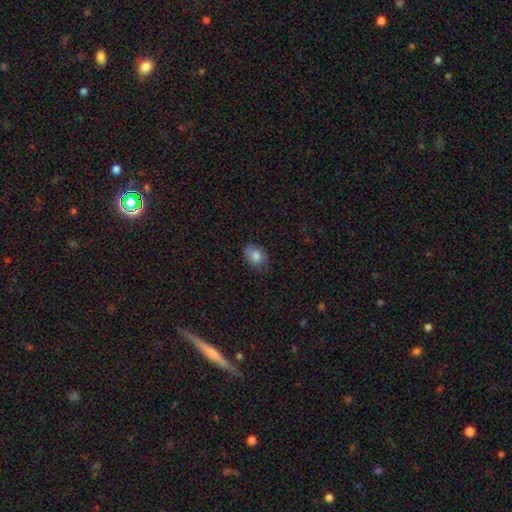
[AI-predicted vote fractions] Smooth or featured?
  - smooth: 82% *
  - featured or disk: 9%
  - star or artifact: 8%
How rounded?
  - in between: 78% *
  - round: 21%
  - cigar-shaped: 1%
Merging?
  - none: 72% *
  - minor disturbance: 22%
  - major disturbance: 5%
  - merger: 1%